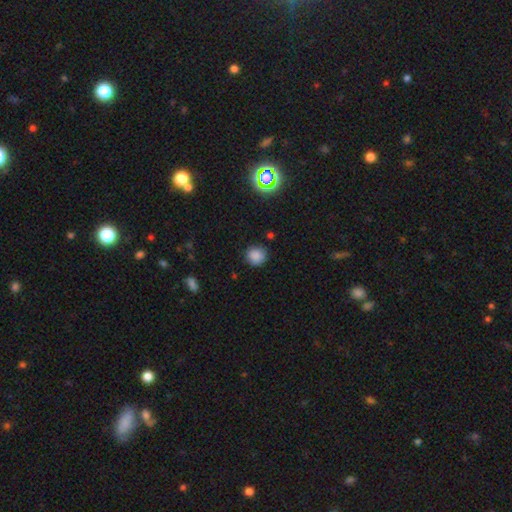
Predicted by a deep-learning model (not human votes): Smooth or featured? Predicted: smooth (p=0.82). How rounded? Predicted: round (p=0.91). Merging? Predicted: none (p=0.86).